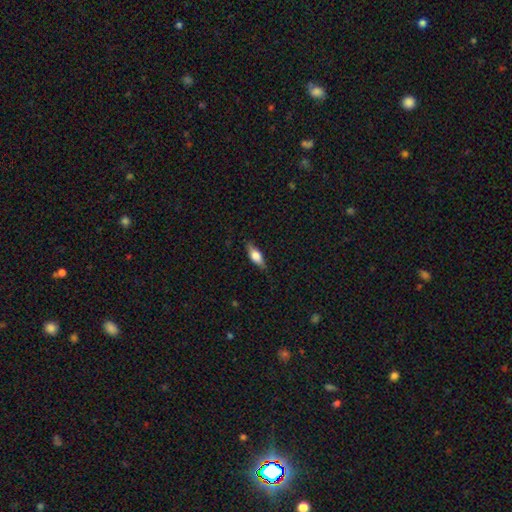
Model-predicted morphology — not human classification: The model was most divided on "smooth or featured": smooth: 59%, featured or disk: 35%, star or artifact: 7%. More confident: merging — none (80%); how rounded — in between (68%).